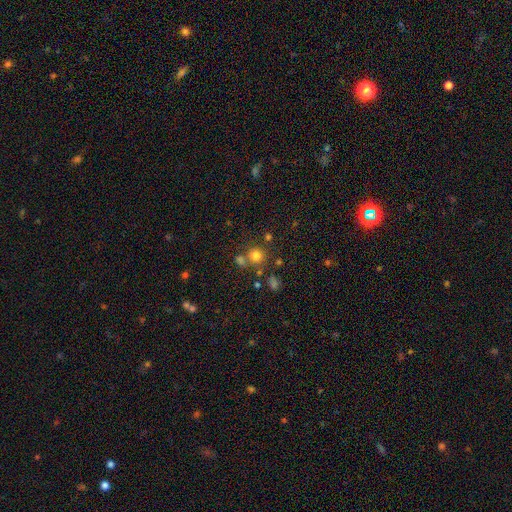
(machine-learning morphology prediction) Smooth or featured: smooth — 75% (star or artifact — 17%)
How rounded: round — 90% (in between — 9%)
Merging: none — 68% (merger — 19%)